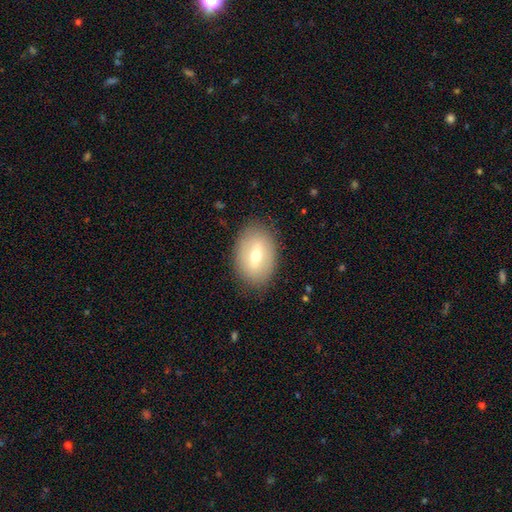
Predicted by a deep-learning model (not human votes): smooth 55%, featured or disk 37%, star or artifact 8%. Down the decision tree: how rounded — in between (82%); merging — none (85%).